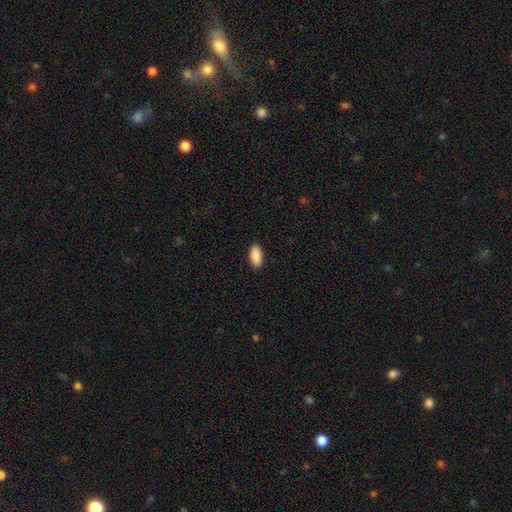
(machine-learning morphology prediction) smooth 91%, star or artifact 6%, featured or disk 3%. Down the decision tree: how rounded — in between (93%); merging — none (90%).